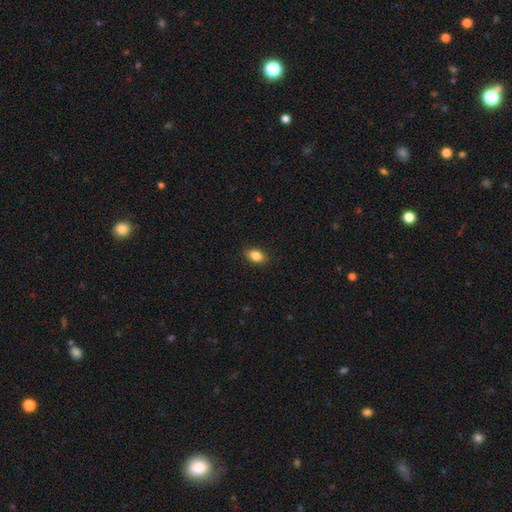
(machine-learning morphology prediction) A smooth galaxy with no disk features (86%) that is in between round and cigar-shaped (85%). Merging: none (89%).